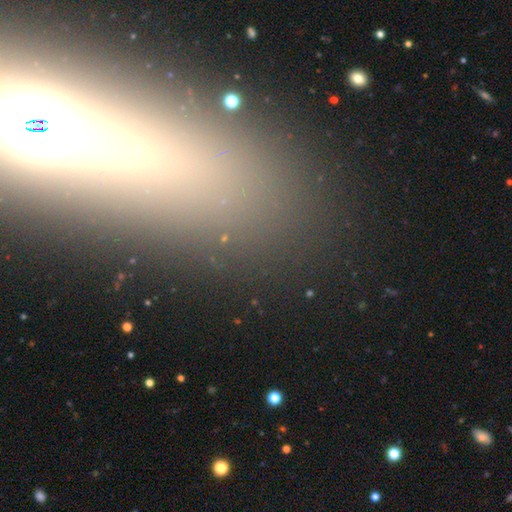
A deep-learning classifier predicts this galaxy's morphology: Smooth or featured: star or artifact — 40% (smooth — 32%)